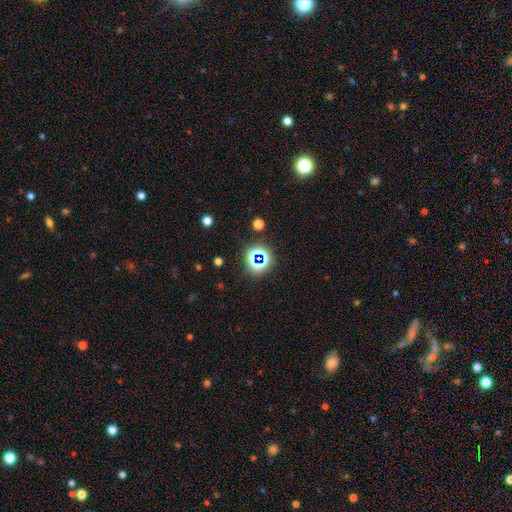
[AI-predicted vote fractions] A star or artifact, not a galaxy (66%).

Vote fractions:
- Smooth or featured? star or artifact: 66% / smooth: 25% / featured or disk: 9%